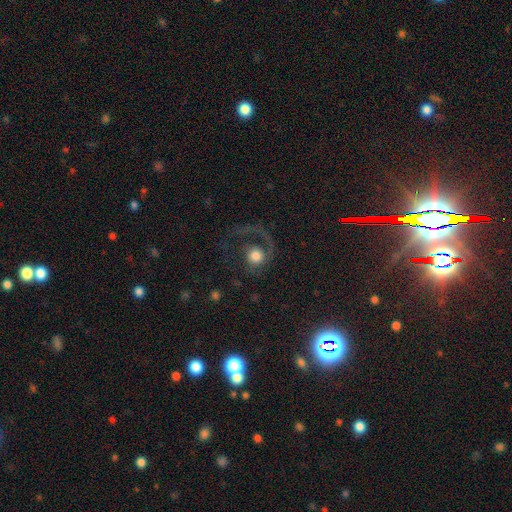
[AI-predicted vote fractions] A featured or disk galaxy (55%) with no bar (78%), spiral arms (86%) and a moderate central bulge (44%).

Vote fractions:
- Smooth or featured? featured or disk: 55% / smooth: 36% / star or artifact: 9%
- Edge-on disk? no: 97% / yes: 3%
- Bar? no: 78% / weak: 18% / strong: 4%
- Spiral arms? yes: 86% / no: 14%
- Bulge size? moderate: 44% / large: 37% / small: 8% / dominant: 8% / none: 3%
- Merging? none: 43% / major disturbance: 41% / minor disturbance: 13% / merger: 3%